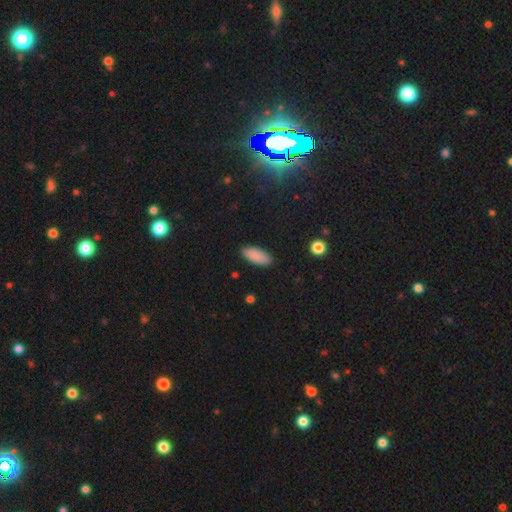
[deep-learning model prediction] smooth 88%, star or artifact 7%, featured or disk 6%. Down the decision tree: how rounded — in between (84%); merging — none (87%).